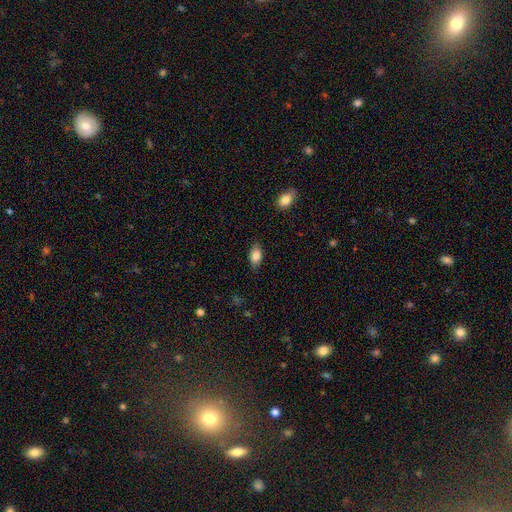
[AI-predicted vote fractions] smooth 82%, featured or disk 10%, star or artifact 7%. Down the decision tree: how rounded — in between (88%); merging — none (83%).